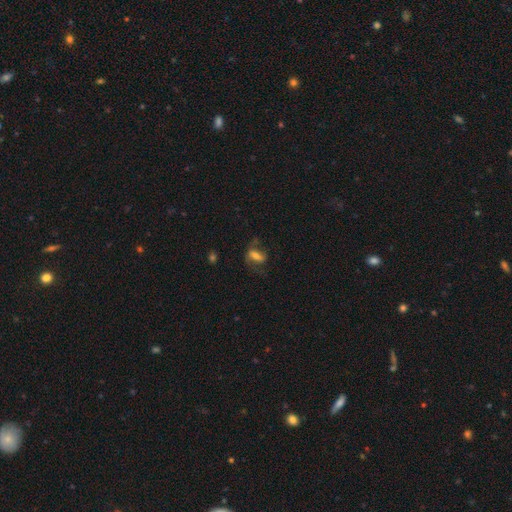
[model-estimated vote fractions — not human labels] This appears to be a featured or disk galaxy (46%). Merging: none (53%).